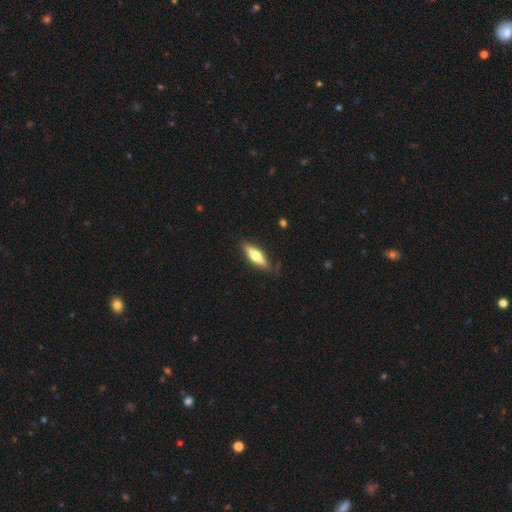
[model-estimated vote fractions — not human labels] smooth-or-featured: smooth: 56% | featured or disk: 38% | star or artifact: 6%
  how-rounded: cigar-shaped: 56% | in between: 42% | round: 2%
  merging: none: 82% | minor disturbance: 14% | major disturbance: 3% | merger: 1%